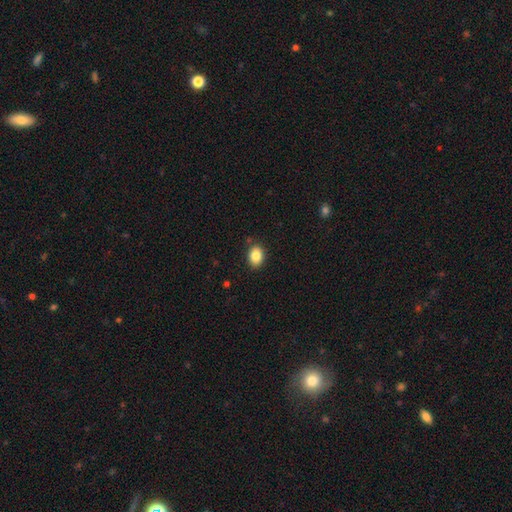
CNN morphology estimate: Smooth or featured?
  - smooth: 85% *
  - star or artifact: 9%
  - featured or disk: 6%
How rounded?
  - in between: 67% *
  - round: 32%
  - cigar-shaped: 1%
Merging?
  - none: 85% *
  - minor disturbance: 10%
  - major disturbance: 2%
  - merger: 2%